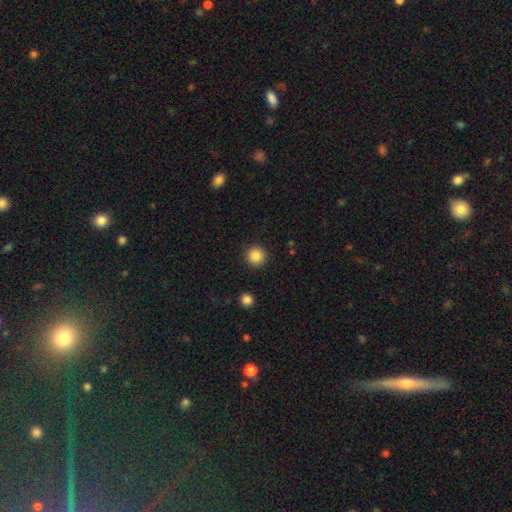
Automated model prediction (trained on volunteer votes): Smooth or featured: smooth — 87% (star or artifact — 10%)
How rounded: round — 95% (in between — 4%)
Merging: none — 92% (minor disturbance — 5%)